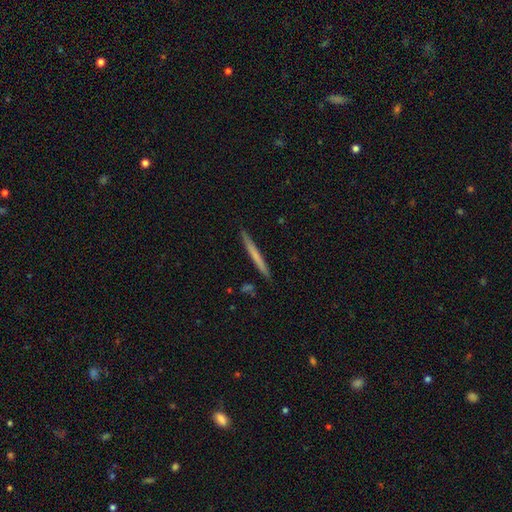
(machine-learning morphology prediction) Smooth or featured? smooth (58%)
How rounded? cigar-shaped (97%)
Merging? none (91%)